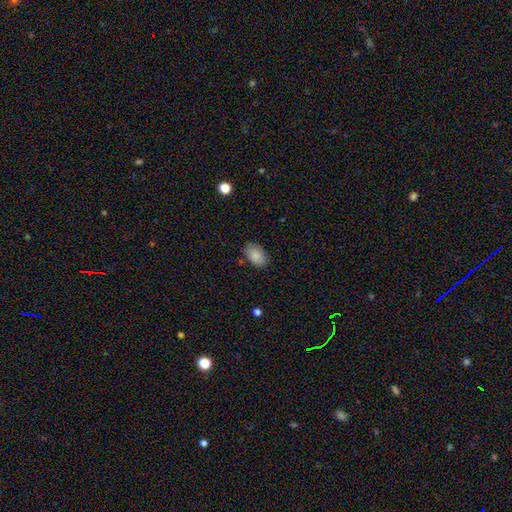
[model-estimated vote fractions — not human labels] Smooth or featured?
  - smooth: 86% *
  - star or artifact: 7%
  - featured or disk: 6%
How rounded?
  - in between: 90% *
  - round: 8%
  - cigar-shaped: 1%
Merging?
  - none: 81% *
  - minor disturbance: 14%
  - major disturbance: 3%
  - merger: 1%